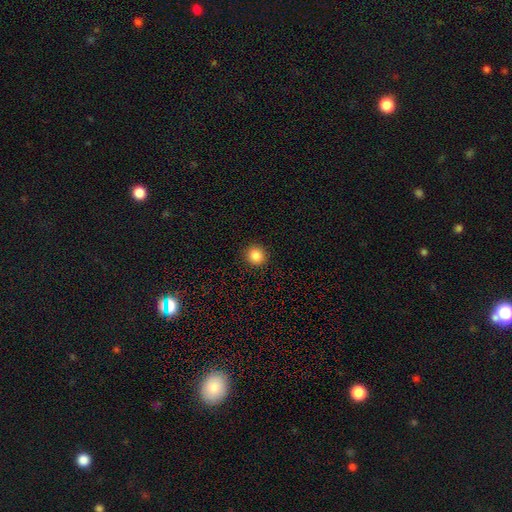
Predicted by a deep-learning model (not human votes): The model was most divided on "smooth or featured": smooth: 86%, star or artifact: 11%, featured or disk: 3%. More confident: merging — none (93%); how rounded — round (92%).